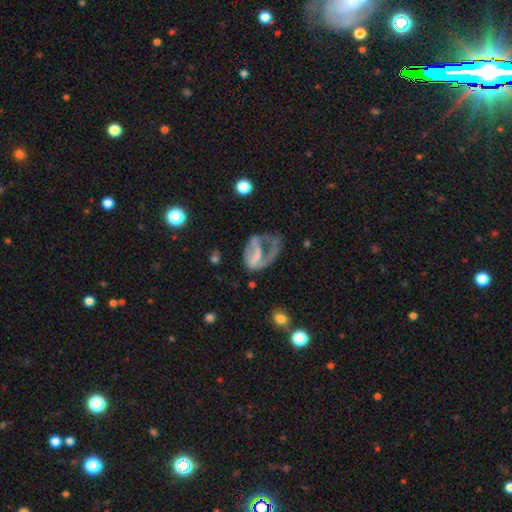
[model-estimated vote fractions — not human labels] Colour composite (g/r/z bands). It shows a featured or disk galaxy (60%) with no bar (60%), no spiral arms (57%) and no central bulge (67%). Merging: major disturbance (56%).